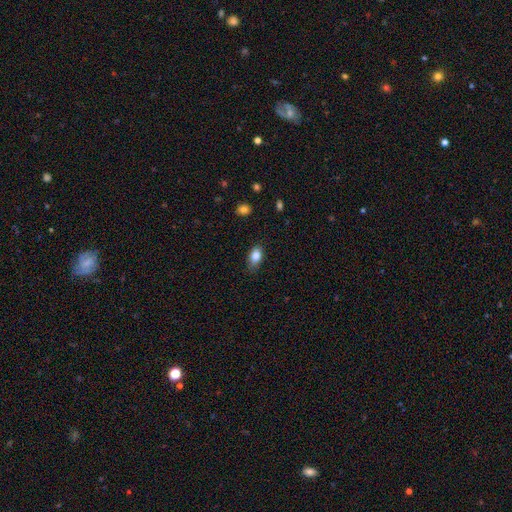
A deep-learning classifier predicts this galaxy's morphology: A smooth galaxy with no disk features (84%) that is in between round and cigar-shaped (86%).

Vote fractions:
- Smooth or featured? smooth: 84% / star or artifact: 8% / featured or disk: 7%
- How rounded? in between: 86% / round: 11% / cigar-shaped: 3%
- Merging? none: 76% / minor disturbance: 19% / major disturbance: 4% / merger: 1%